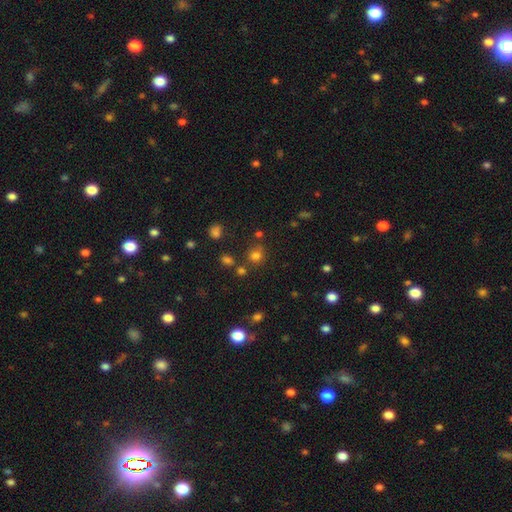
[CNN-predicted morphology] Overall: smooth (74%). How rounded: round (83%). Merging: none (72%).